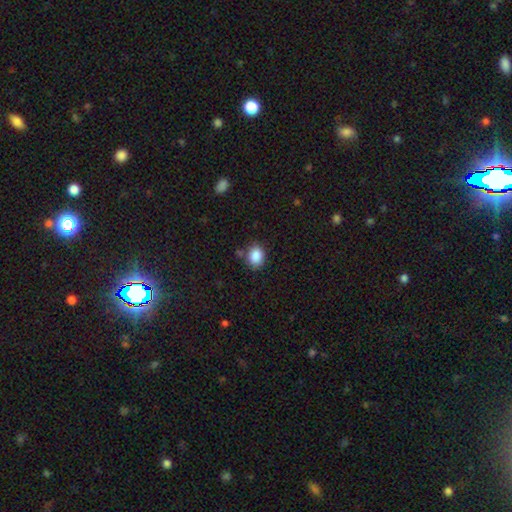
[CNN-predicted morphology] Overall: smooth (87%). How rounded: in between (58%; round 41%). Merging: none (77%).